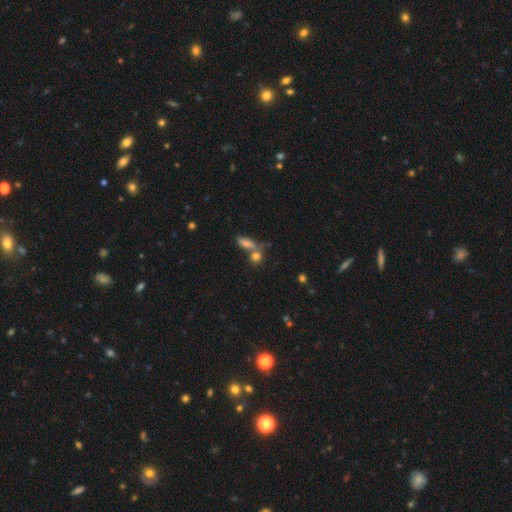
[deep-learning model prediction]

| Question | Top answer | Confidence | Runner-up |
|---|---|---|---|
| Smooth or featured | smooth | 74% | star or artifact (13%) |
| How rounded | round | 52% | in between (38%) |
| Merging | none | 47% | merger (39%) |